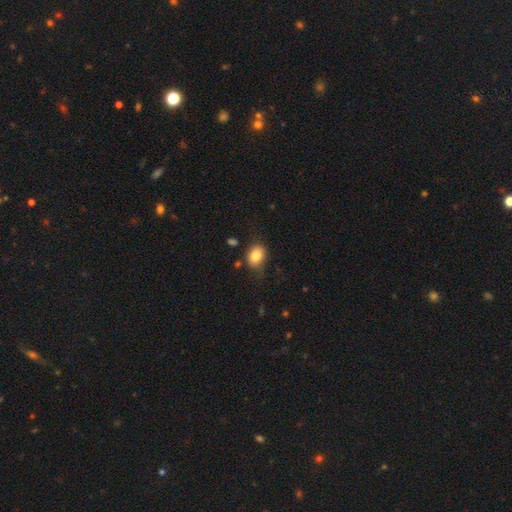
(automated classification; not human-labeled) A smooth galaxy with no disk features (82%) that is in between round and cigar-shaped (63%). Merging: none (72%).